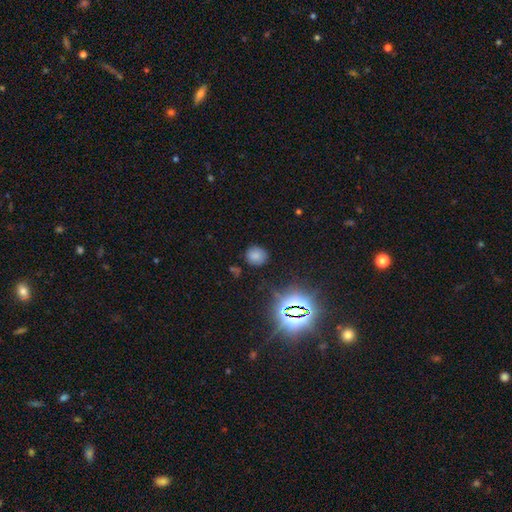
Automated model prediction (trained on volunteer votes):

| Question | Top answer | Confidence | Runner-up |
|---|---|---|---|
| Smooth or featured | smooth | 72% | star or artifact (21%) |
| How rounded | round | 85% | in between (14%) |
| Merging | none | 84% | minor disturbance (11%) |